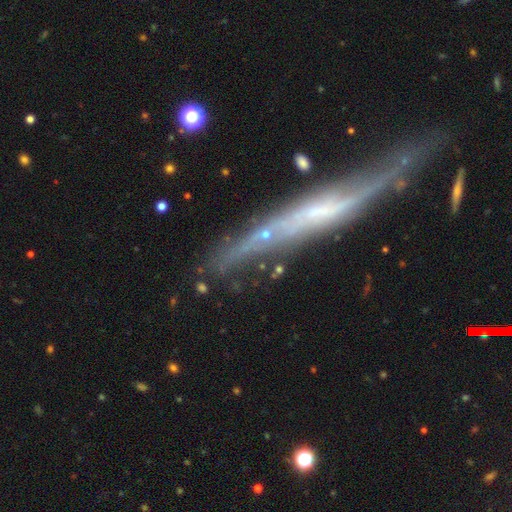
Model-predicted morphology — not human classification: Q: Smooth or featured?
A: featured or disk (71%); runner-up: smooth (21%)
Q: Edge-on disk?
A: yes (83%); runner-up: no (17%)
Q: Edge-on bulge?
A: none (66%); runner-up: rounded (21%)
Q: Merging?
A: none (60%); runner-up: minor disturbance (22%)